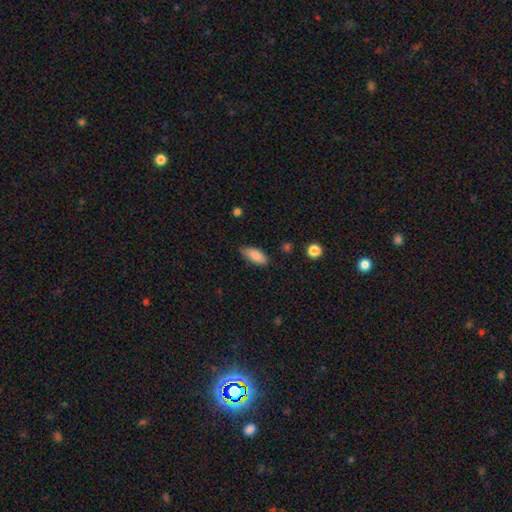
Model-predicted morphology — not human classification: smooth_or_featured: smooth (p=0.87) [alt: featured or disk p=0.07]
how_rounded: in between (p=0.84) [alt: cigar-shaped p=0.14]
merging: none (p=0.77) [alt: minor disturbance p=0.18]